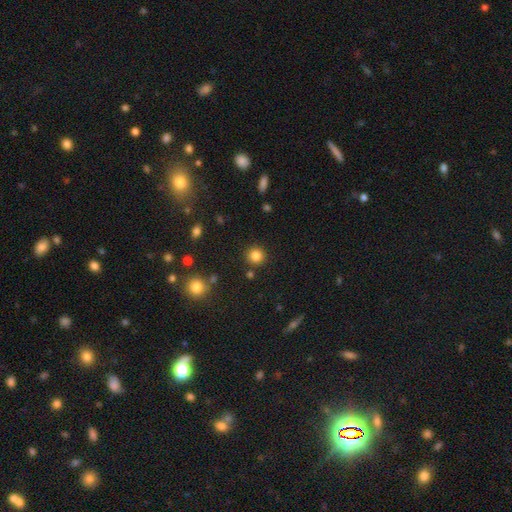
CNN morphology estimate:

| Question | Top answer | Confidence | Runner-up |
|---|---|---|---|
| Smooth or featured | smooth | 83% | star or artifact (12%) |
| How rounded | round | 93% | in between (6%) |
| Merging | none | 89% | minor disturbance (6%) |